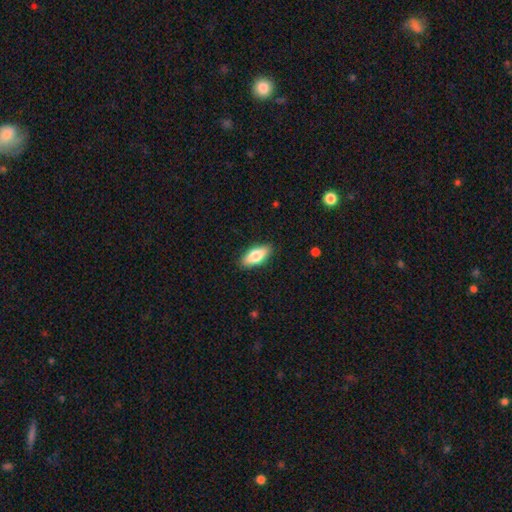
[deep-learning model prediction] Q: Smooth or featured?
A: smooth (73%); runner-up: featured or disk (21%)
Q: How rounded?
A: in between (77%); runner-up: cigar-shaped (20%)
Q: Merging?
A: none (88%); runner-up: minor disturbance (9%)